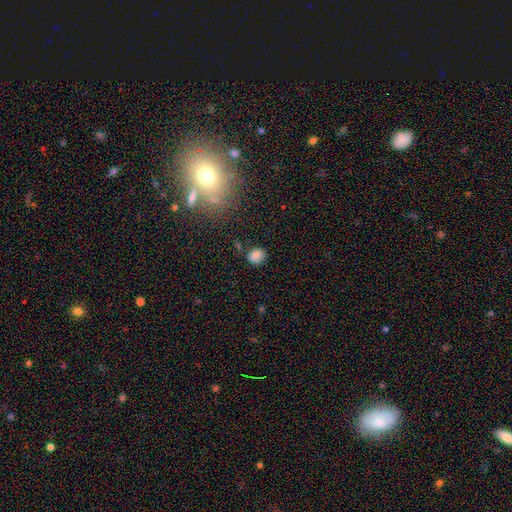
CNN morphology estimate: type=smooth (81%); roundness=round (60%); merging=none (74%).